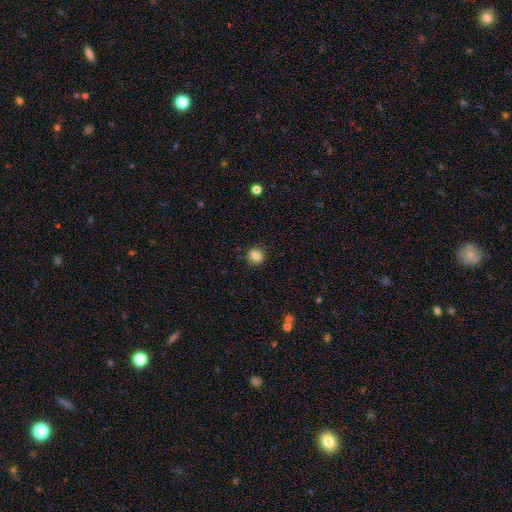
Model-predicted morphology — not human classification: smooth 84%, star or artifact 10%, featured or disk 6%. Down the decision tree: how rounded — round (83%); merging — none (87%).